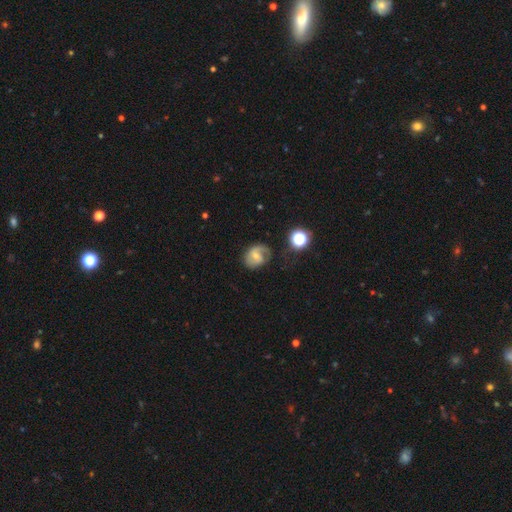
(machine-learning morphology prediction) Smooth or featured? featured or disk (58%)
Edge-on disk? no (97%)
Bar? weak (49%)
Spiral arms? yes (84%)
Bulge size? small (51%)
Merging? none (58%)